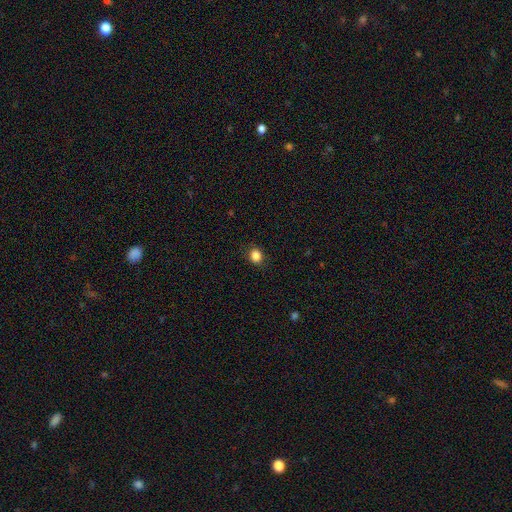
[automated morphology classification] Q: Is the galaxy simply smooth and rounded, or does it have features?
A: smooth — 86%.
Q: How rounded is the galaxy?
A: round — 65%.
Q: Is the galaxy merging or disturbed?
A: none — 87%.